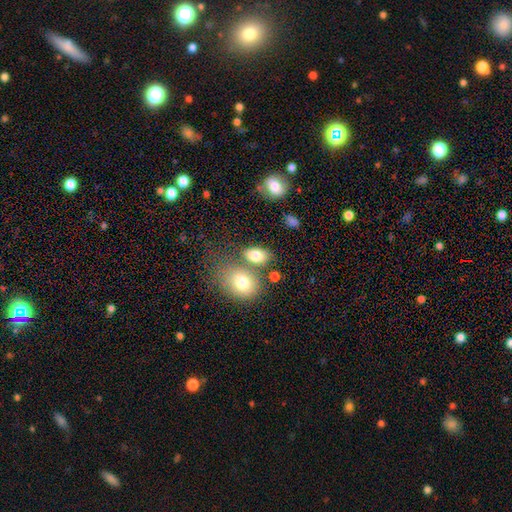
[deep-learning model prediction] Smooth or featured? Predicted: smooth (p=0.79). How rounded? Predicted: in between (p=0.84). Merging? Predicted: none (p=0.58).